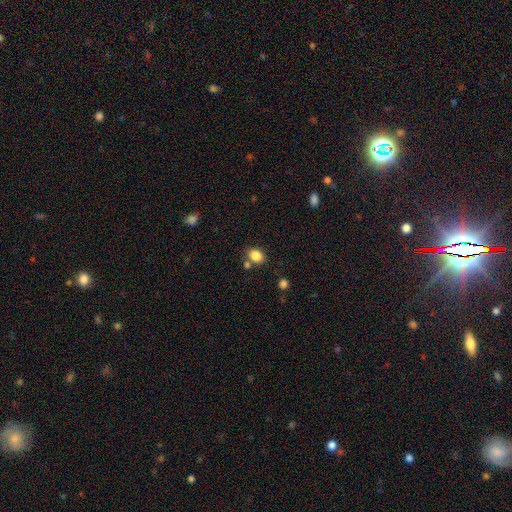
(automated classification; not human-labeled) A smooth galaxy with no disk features (85%) that is in between round and cigar-shaped (58%).

Vote fractions:
- Smooth or featured? smooth: 85% / star or artifact: 10% / featured or disk: 5%
- How rounded? in between: 58% / round: 41% / cigar-shaped: 1%
- Merging? none: 72% / merger: 12% / minor disturbance: 12% / major disturbance: 4%